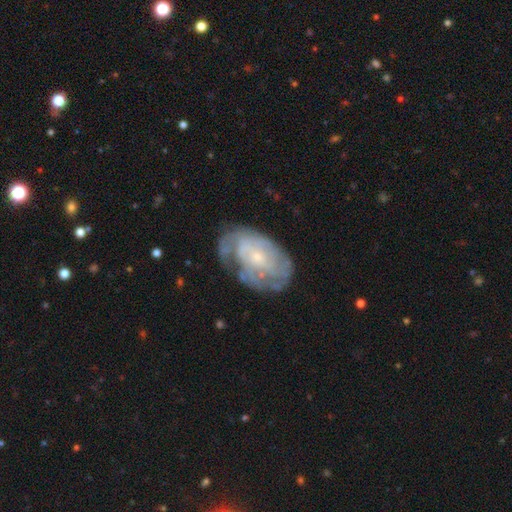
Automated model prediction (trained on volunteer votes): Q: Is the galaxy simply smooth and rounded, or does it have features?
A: featured or disk — 71%.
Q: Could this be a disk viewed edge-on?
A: no — 96%.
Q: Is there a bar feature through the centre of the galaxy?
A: no — 75%.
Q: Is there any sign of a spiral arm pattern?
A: yes — 74%.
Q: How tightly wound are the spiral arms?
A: tight — 63%.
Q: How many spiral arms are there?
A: can't tell — 61%.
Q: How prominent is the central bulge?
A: small — 68%.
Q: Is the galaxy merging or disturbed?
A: none — 58%.